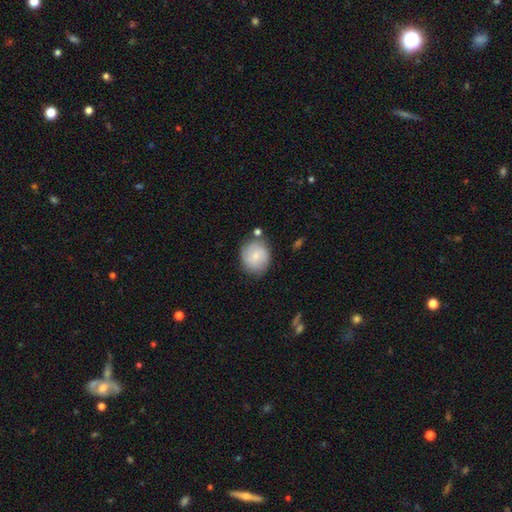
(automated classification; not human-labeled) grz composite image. It shows a smooth galaxy with no disk features (64%) that is round (78%). Merging: none (73%).